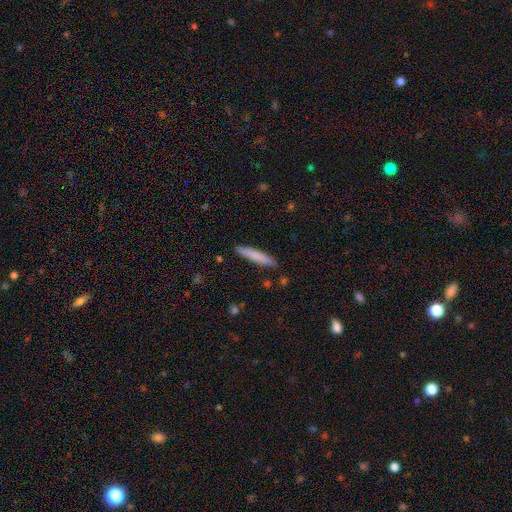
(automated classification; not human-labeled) Morphology: type=smooth (77%); roundness=cigar-shaped (92%); merging=none (88%).